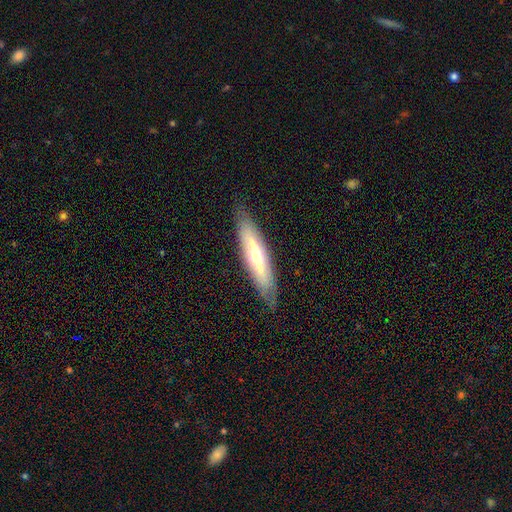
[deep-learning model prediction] This appears to be a featured or disk galaxy (53%) viewed edge-on (63%). Merging: none (82%).